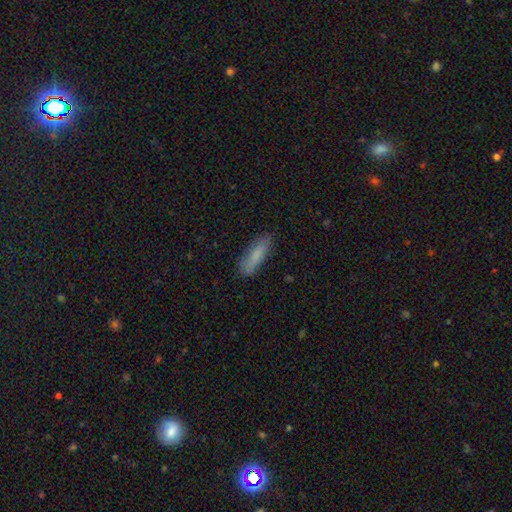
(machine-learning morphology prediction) Overall: smooth (81%). How rounded: cigar-shaped (62%; in between 37%). Merging: none (82%).